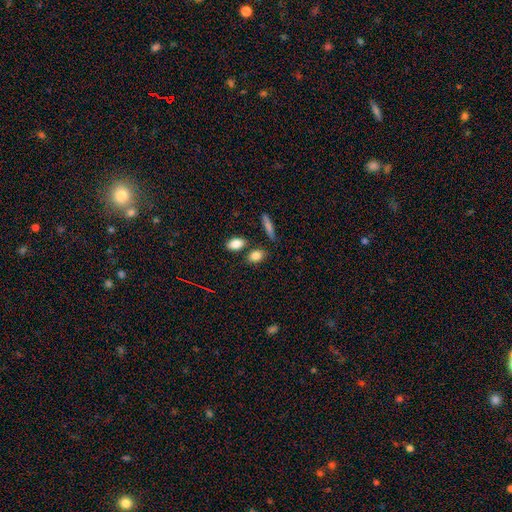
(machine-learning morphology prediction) type=smooth (83%); roundness=in between (75%); merging=none (74%).